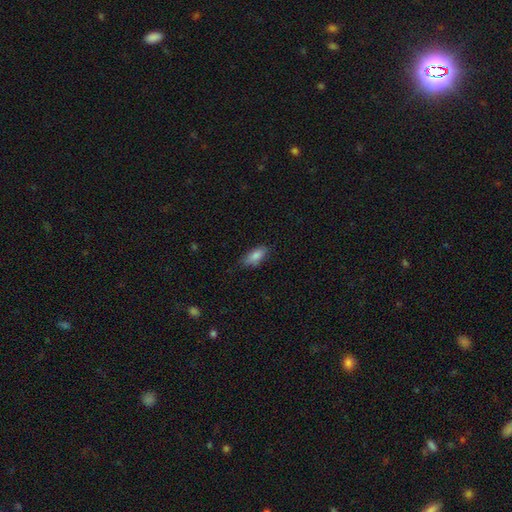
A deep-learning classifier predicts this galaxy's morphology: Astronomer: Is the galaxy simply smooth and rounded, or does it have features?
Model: smooth — 83%.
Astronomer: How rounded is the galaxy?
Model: in between — 85%.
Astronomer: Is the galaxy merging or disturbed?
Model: none — 75%.